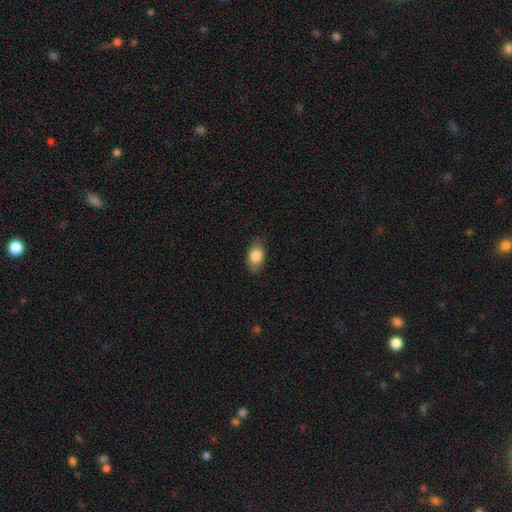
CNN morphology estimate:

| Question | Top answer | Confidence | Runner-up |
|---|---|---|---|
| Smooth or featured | smooth | 85% | featured or disk (8%) |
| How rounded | in between | 88% | round (10%) |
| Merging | none | 84% | minor disturbance (13%) |